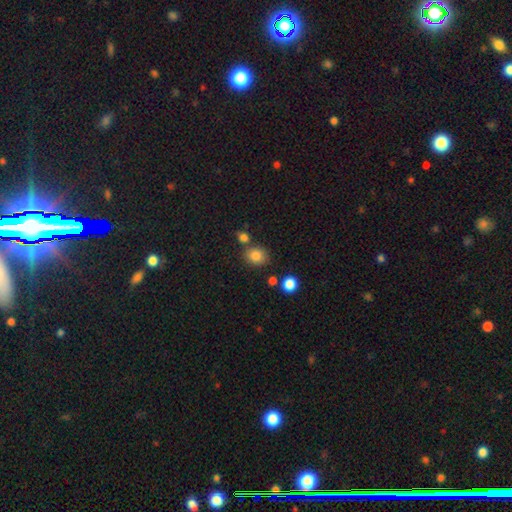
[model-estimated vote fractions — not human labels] smooth_or_featured: smooth (p=0.83) [alt: star or artifact p=0.11]
how_rounded: round (p=0.70) [alt: in between p=0.29]
merging: none (p=0.72) [alt: merger p=0.13]